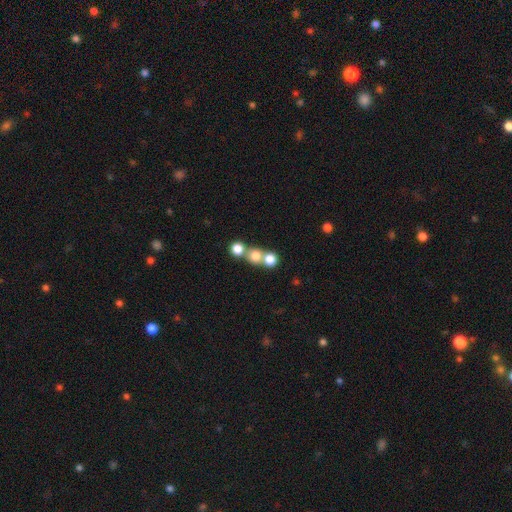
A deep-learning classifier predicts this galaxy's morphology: Q: Smooth or featured?
A: smooth (73%); runner-up: star or artifact (15%)
Q: How rounded?
A: round (84%); runner-up: in between (15%)
Q: Merging?
A: merger (47%); runner-up: none (44%)